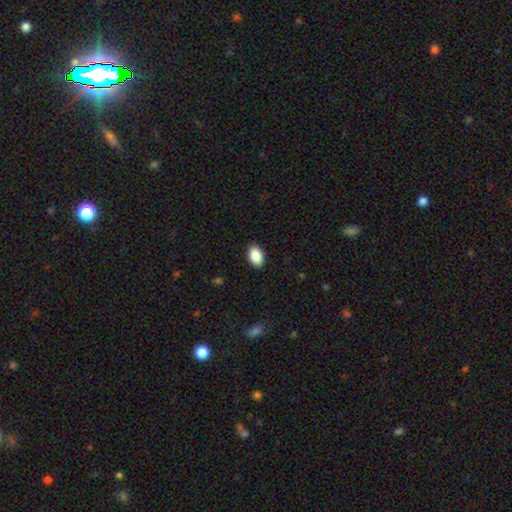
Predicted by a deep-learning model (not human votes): Smooth or featured: smooth — 89% (star or artifact — 7%)
How rounded: in between — 90% (round — 9%)
Merging: none — 88% (minor disturbance — 9%)